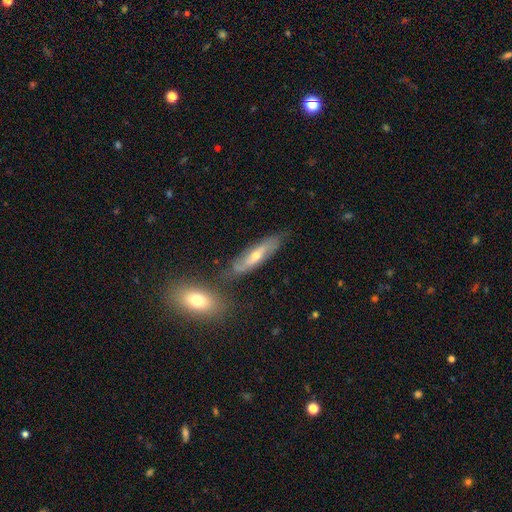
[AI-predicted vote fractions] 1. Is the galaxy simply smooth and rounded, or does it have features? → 61% featured or disk, 31% smooth, 8% star or artifact.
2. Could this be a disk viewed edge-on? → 58% no, 42% yes.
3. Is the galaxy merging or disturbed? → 73% none, 16% minor disturbance, 7% merger, 4% major disturbance.